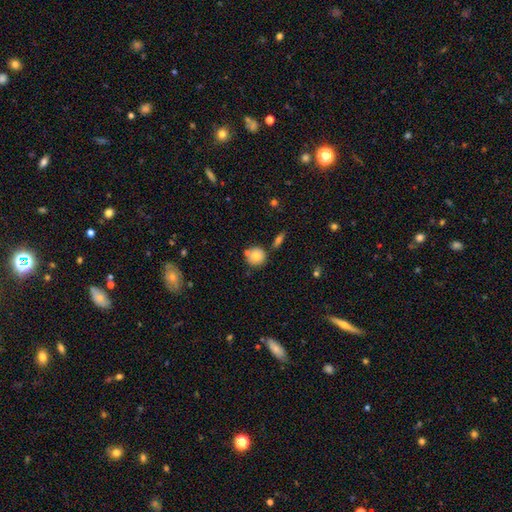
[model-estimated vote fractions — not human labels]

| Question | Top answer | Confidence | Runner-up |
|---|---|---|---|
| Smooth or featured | smooth | 77% | featured or disk (13%) |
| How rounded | round | 91% | in between (7%) |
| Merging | none | 71% | merger (14%) |